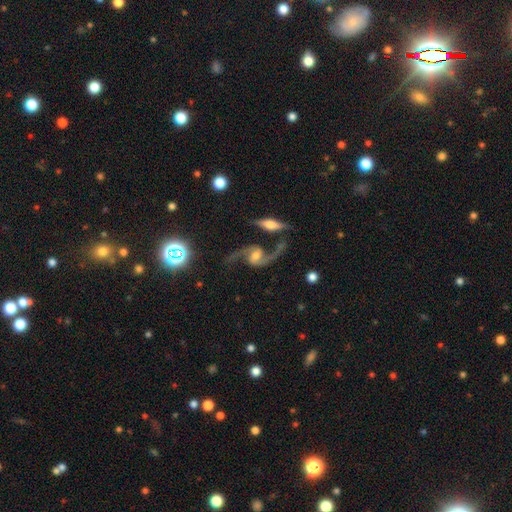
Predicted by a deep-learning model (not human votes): smooth_or_featured: featured or disk (p=0.90) [alt: star or artifact p=0.06]
disk_edge_on: no (p=0.96) [alt: yes p=0.04]
bar: weak (p=0.47) [alt: no p=0.36]
has_spiral_arms: yes (p=0.97) [alt: no p=0.03]
spiral_winding: loose (p=0.70) [alt: medium p=0.25]
spiral_arm_count: 2 (p=0.94) [alt: 1 p=0.02]
bulge_size: moderate (p=0.55) [alt: small p=0.28]
merging: none (p=0.66) [alt: minor disturbance p=0.14]